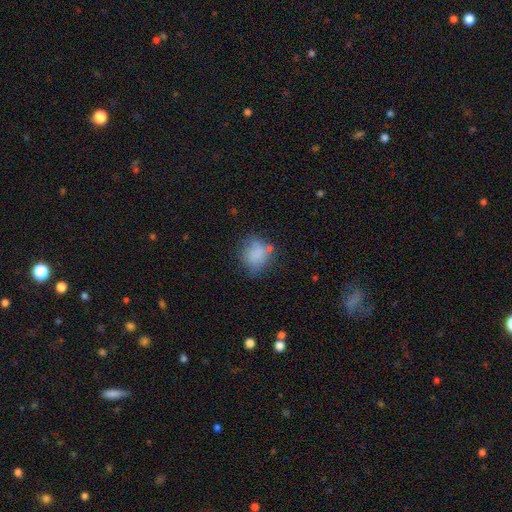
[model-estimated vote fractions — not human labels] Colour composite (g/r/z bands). It shows a smooth galaxy with no disk features (78%) that is round (66%). Merging: none (54%).